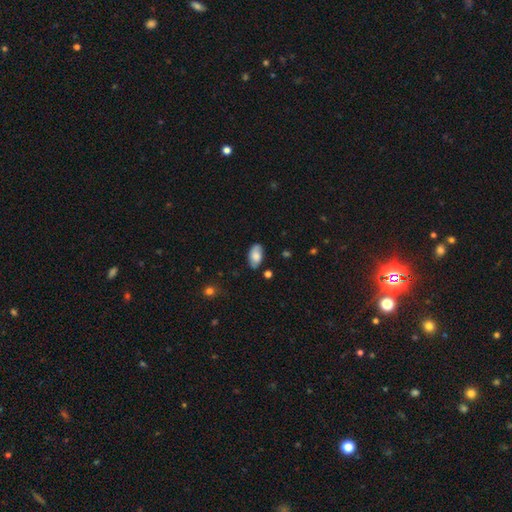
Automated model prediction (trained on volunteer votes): The model was most divided on "smooth or featured": smooth: 74%, featured or disk: 19%, star or artifact: 7%. More confident: how rounded — in between (94%); merging — none (80%).